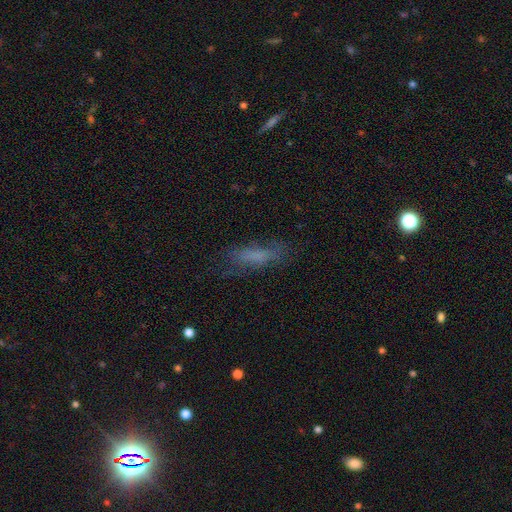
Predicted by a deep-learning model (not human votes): A smooth galaxy with no disk features (62%) that is cigar-shaped (59%). Merging: none (64%).